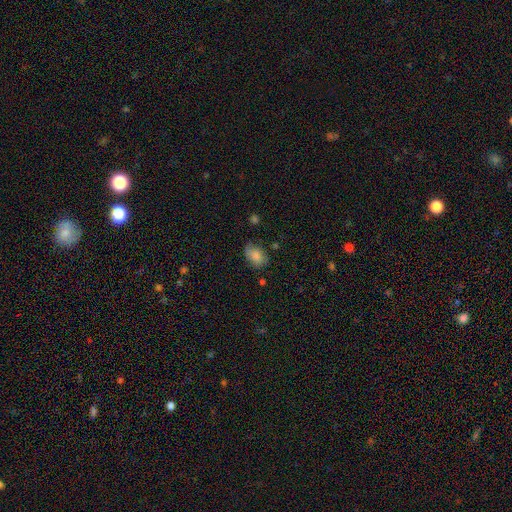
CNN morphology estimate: smooth 81%, featured or disk 11%, star or artifact 9%. Down the decision tree: how rounded — in between (81%); merging — none (63%).